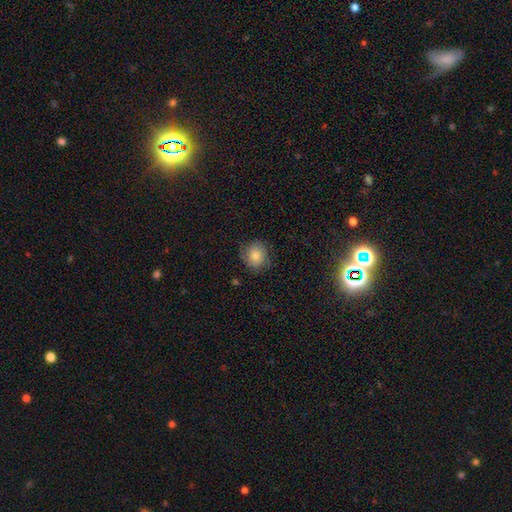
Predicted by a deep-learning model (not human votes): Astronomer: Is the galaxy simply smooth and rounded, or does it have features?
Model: smooth — 74%.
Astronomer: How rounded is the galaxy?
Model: round — 76%.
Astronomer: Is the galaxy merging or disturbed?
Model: none — 74%.